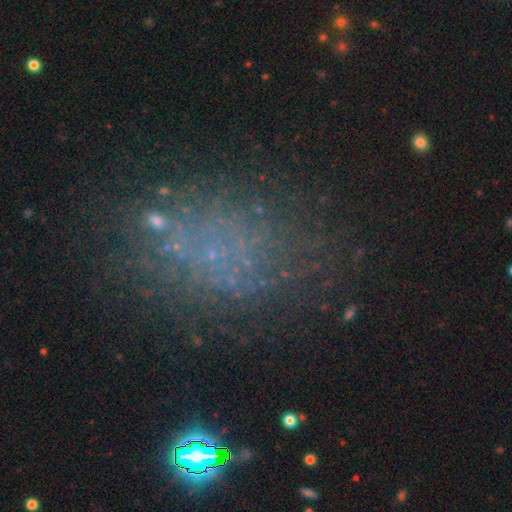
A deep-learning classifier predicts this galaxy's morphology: Smooth or featured?
  - star or artifact: 36% *
  - featured or disk: 33%
  - smooth: 31%